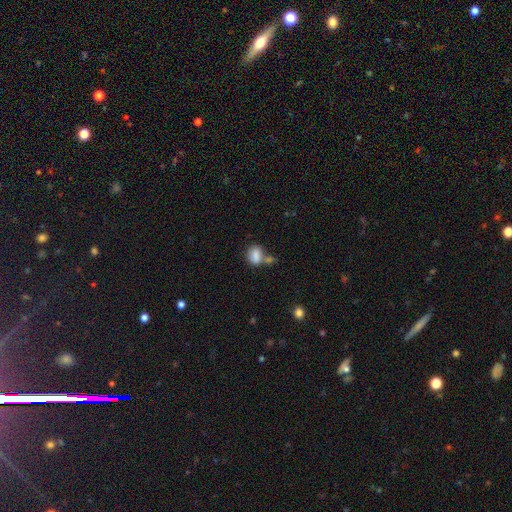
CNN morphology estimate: This appears to be a smooth galaxy with no disk features (83%) that is in between round and cigar-shaped (69%). Merging: merger (42%).